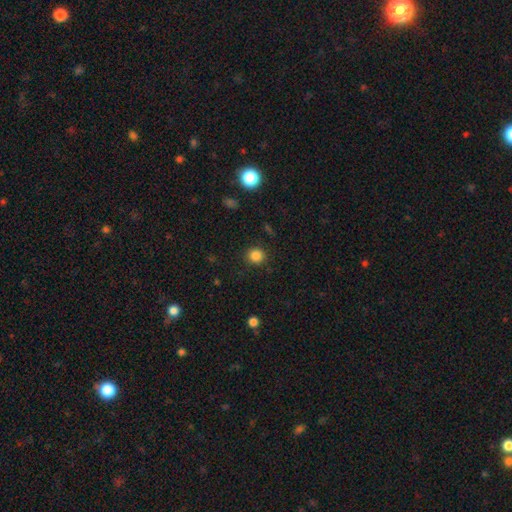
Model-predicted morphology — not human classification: Smooth or featured?
  - smooth: 84% *
  - star or artifact: 12%
  - featured or disk: 4%
How rounded?
  - round: 89% *
  - in between: 11%
  - cigar-shaped: 1%
Merging?
  - none: 89% *
  - minor disturbance: 7%
  - major disturbance: 3%
  - merger: 1%